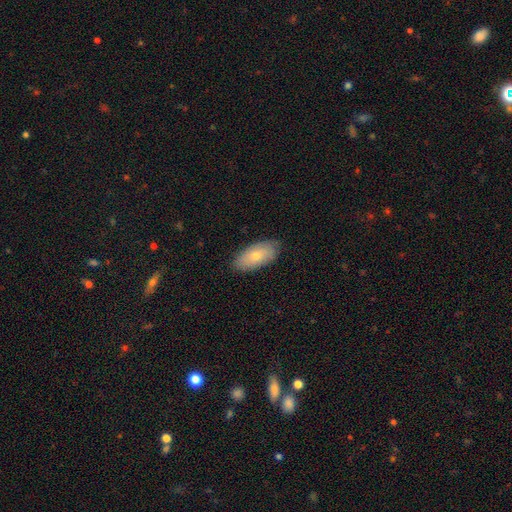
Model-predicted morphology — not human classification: This is likely a smooth galaxy (71%). How rounded: clearly in between (91%). Merging: clearly none (83%).